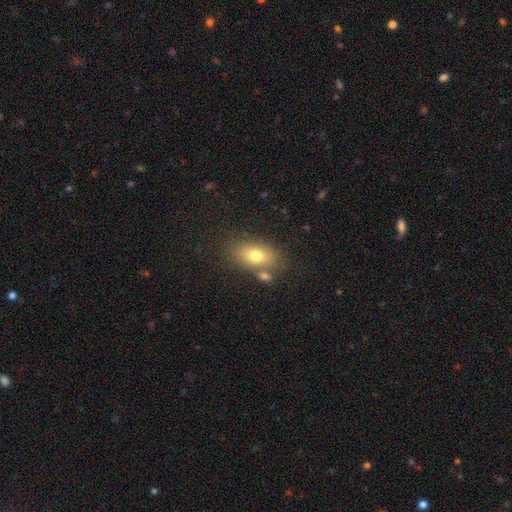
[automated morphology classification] Smooth or featured: smooth — 75% (featured or disk — 15%)
How rounded: in between — 84% (round — 14%)
Merging: none — 67% (merger — 14%)